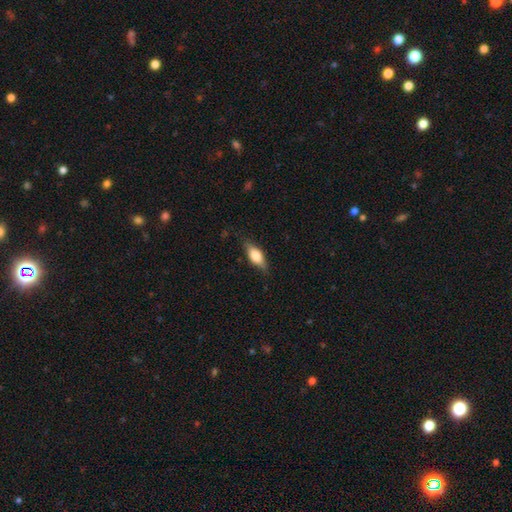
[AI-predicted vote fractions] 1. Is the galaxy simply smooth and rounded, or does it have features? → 63% smooth, 31% featured or disk, 7% star or artifact.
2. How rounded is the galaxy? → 74% in between, 22% cigar-shaped, 4% round.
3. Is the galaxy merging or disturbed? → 78% none, 17% minor disturbance, 4% major disturbance, 1% merger.